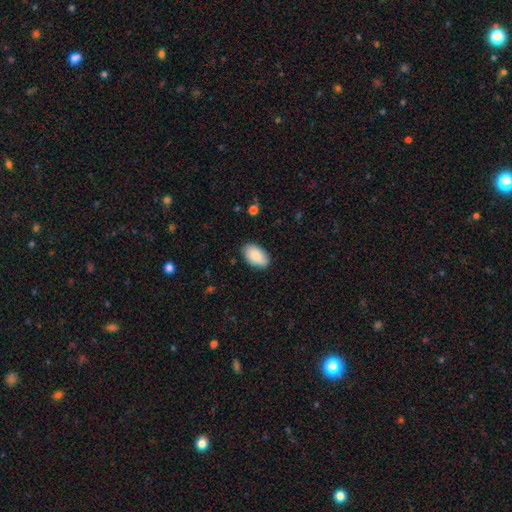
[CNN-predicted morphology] smooth_or_featured: smooth (p=0.88) [alt: featured or disk p=0.07]
how_rounded: in between (p=0.95) [alt: round p=0.04]
merging: none (p=0.85) [alt: minor disturbance p=0.11]